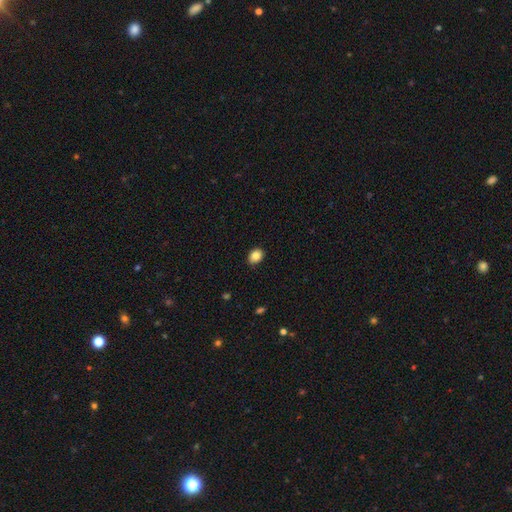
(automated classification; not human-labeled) Q: Smooth or featured?
A: smooth (85%); runner-up: star or artifact (9%)
Q: How rounded?
A: in between (64%); runner-up: round (35%)
Q: Merging?
A: none (87%); runner-up: minor disturbance (10%)